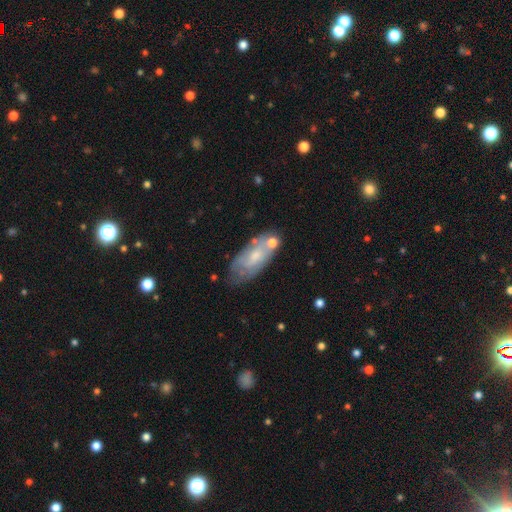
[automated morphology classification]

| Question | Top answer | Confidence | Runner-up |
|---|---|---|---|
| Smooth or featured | featured or disk | 49% | smooth (44%) |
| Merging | none | 57% | minor disturbance (25%) |